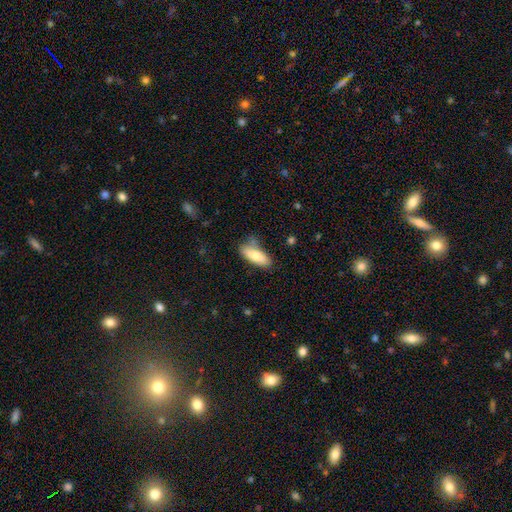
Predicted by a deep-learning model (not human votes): Smooth or featured: smooth — 77% (featured or disk — 17%)
How rounded: in between — 71% (cigar-shaped — 27%)
Merging: none — 69% (minor disturbance — 20%)